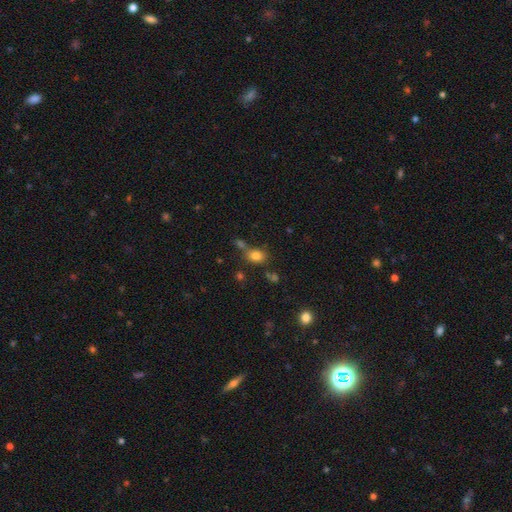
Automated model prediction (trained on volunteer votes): Morphology: type=smooth (80%); roundness=in between (68%); merging=none (62%).